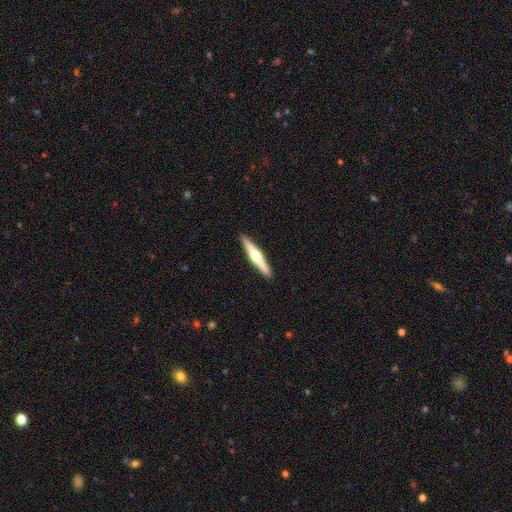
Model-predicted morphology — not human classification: Smooth or featured?
  - featured or disk: 69% *
  - smooth: 27%
  - star or artifact: 4%
Edge-on disk?
  - yes: 98% *
  - no: 2%
Edge-on bulge?
  - rounded: 93% *
  - none: 4%
  - boxy: 3%
Merging?
  - none: 92% *
  - minor disturbance: 6%
  - major disturbance: 1%
  - merger: 1%